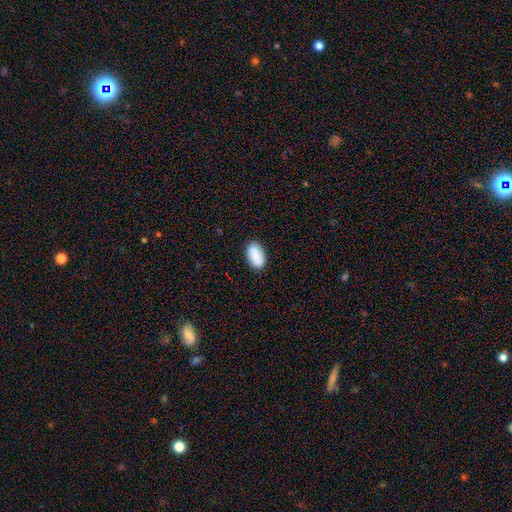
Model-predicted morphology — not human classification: Overall: smooth (86%). How rounded: in between (94%). Merging: none (86%).